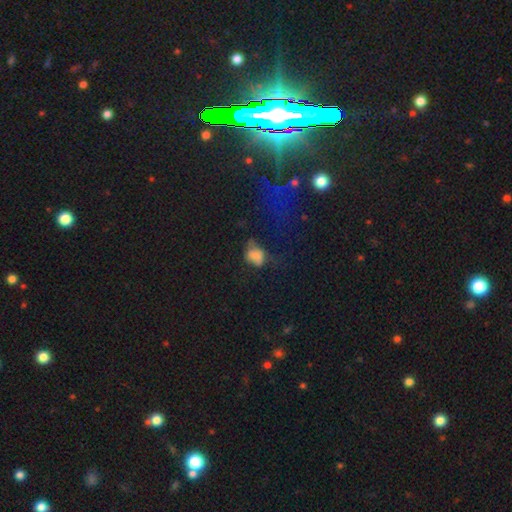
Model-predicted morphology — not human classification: This is likely a smooth galaxy (69%). How rounded: likely in between (67%). Merging: marginally major disturbance (33%).